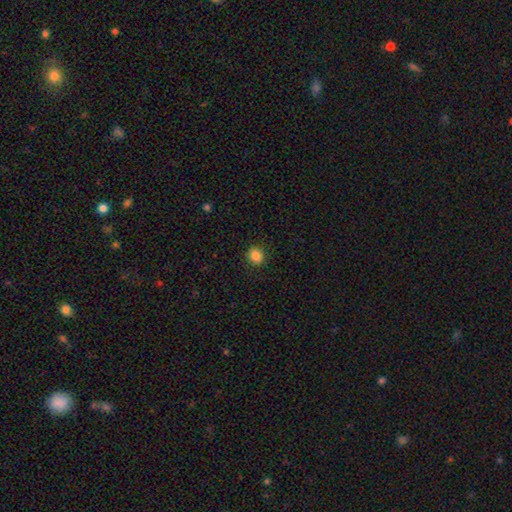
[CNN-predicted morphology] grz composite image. It shows a smooth galaxy with no disk features (85%) that is round (80%). Merging: none (91%).